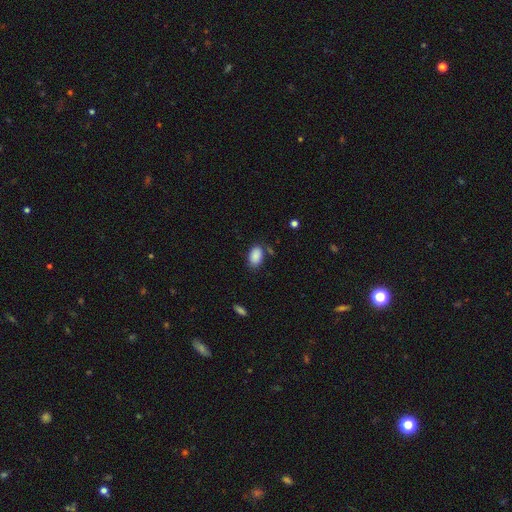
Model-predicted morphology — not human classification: smooth 88%, star or artifact 8%, featured or disk 4%. Down the decision tree: how rounded — in between (91%); merging — none (78%).